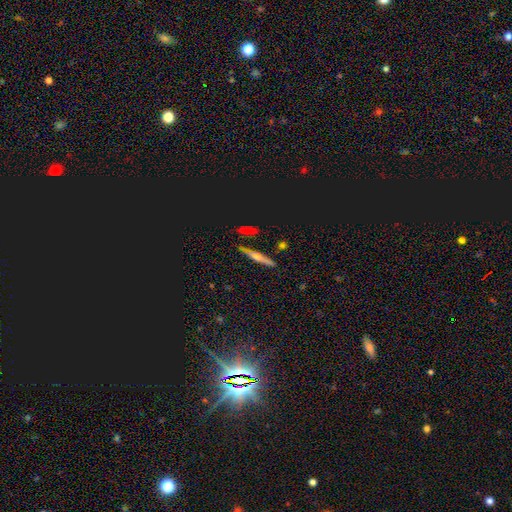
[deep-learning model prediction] A featured or disk galaxy (62%) viewed edge-on (94%) with a rounded central bulge (89%).

Vote fractions:
- Smooth or featured? featured or disk: 62% / smooth: 23% / star or artifact: 15%
- Edge-on disk? yes: 94% / no: 6%
- Edge-on bulge? rounded: 89% / none: 7% / boxy: 4%
- Merging? none: 87% / minor disturbance: 8% / merger: 3% / major disturbance: 2%